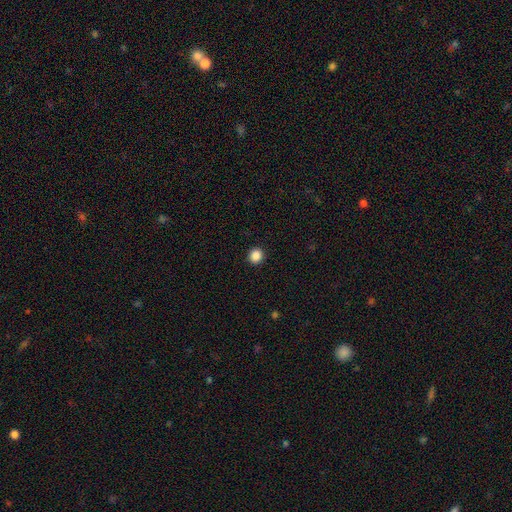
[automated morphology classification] smooth 87%, star or artifact 10%, featured or disk 3%. Down the decision tree: how rounded — round (90%); merging — none (93%).